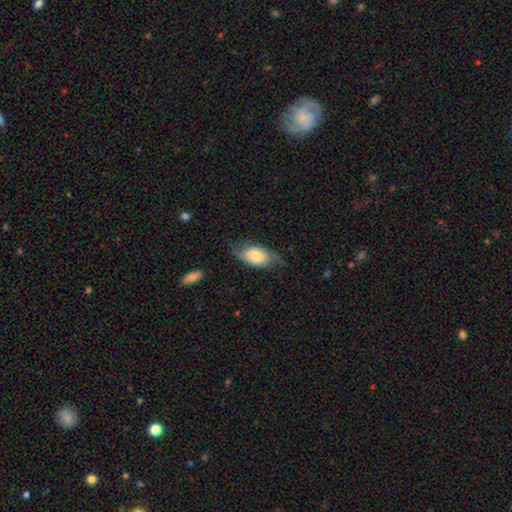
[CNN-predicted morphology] A featured or disk galaxy (47%).

Vote fractions:
- Smooth or featured? featured or disk: 47% / smooth: 46% / star or artifact: 7%
- Merging? none: 60% / minor disturbance: 25% / major disturbance: 13% / merger: 2%